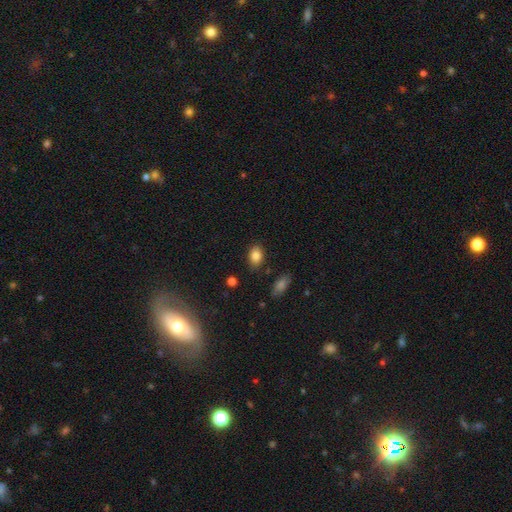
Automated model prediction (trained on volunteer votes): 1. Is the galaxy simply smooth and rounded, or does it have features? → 84% smooth, 9% star or artifact, 7% featured or disk.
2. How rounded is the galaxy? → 79% in between, 19% round, 1% cigar-shaped.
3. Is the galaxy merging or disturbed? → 84% none, 11% minor disturbance, 3% major disturbance, 2% merger.